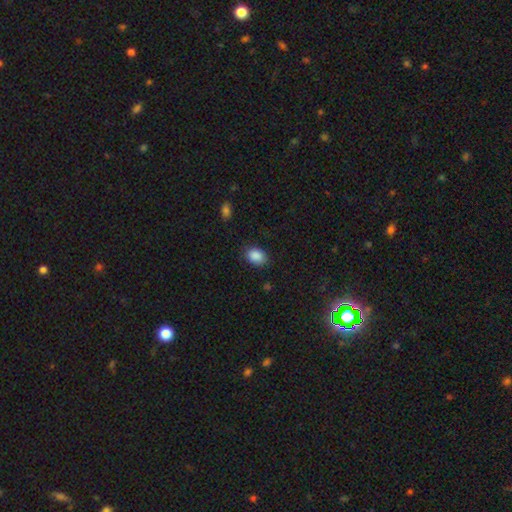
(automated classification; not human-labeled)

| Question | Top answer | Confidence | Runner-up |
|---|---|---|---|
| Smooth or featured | smooth | 89% | star or artifact (8%) |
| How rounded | in between | 71% | round (28%) |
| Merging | none | 84% | minor disturbance (12%) |